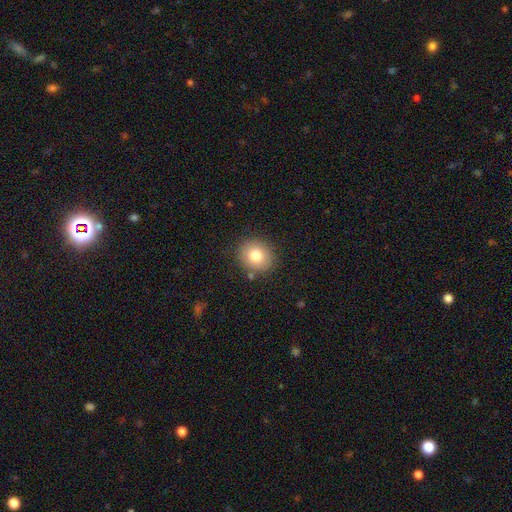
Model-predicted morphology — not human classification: The model was most divided on "how rounded": round: 80%, in between: 19%, cigar-shaped: 1%. More confident: merging — none (86%); smooth or featured — smooth (79%).